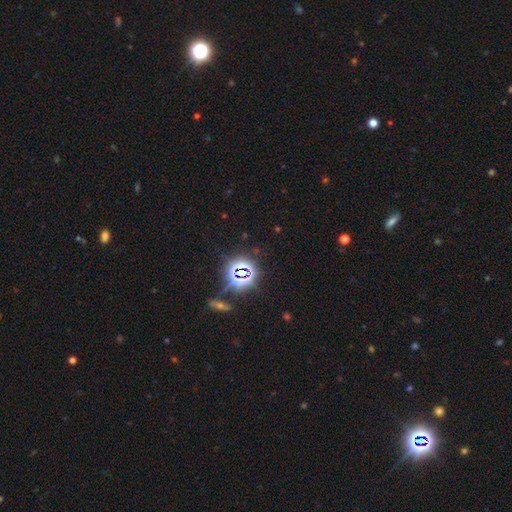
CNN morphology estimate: Smooth or featured? star or artifact (79%)